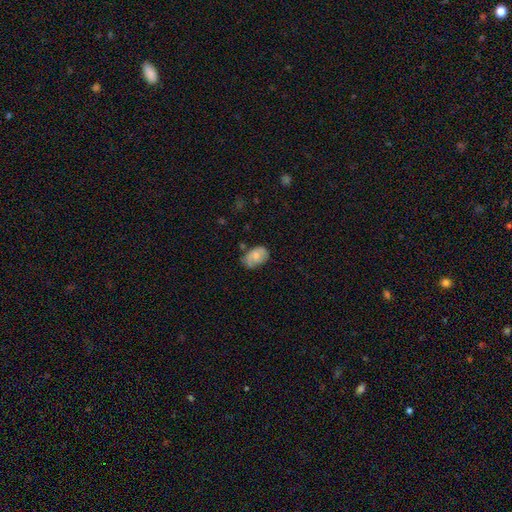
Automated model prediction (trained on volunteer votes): A smooth galaxy with no disk features (61%) that is in between round and cigar-shaped (83%). Merging: none (53%).